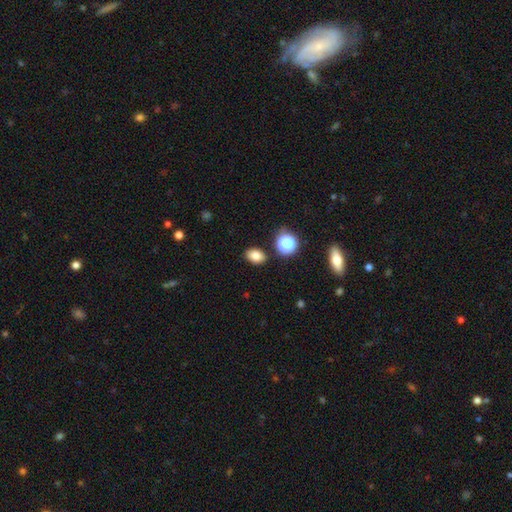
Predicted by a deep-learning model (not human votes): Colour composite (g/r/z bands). It shows a smooth galaxy with no disk features (80%) that is in between round and cigar-shaped (73%). Merging: none (85%).